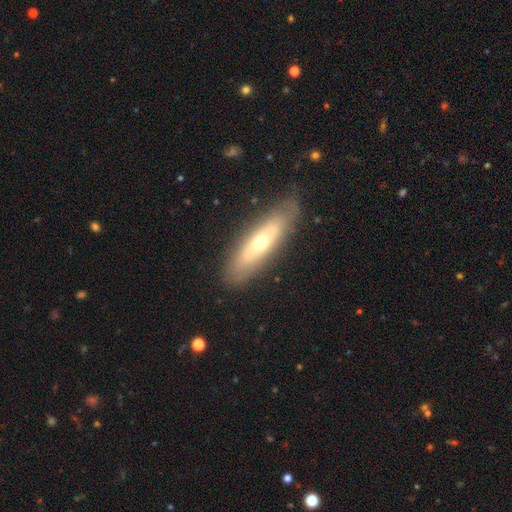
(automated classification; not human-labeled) This is possibly a featured or disk galaxy (50%). Merging: clearly none (82%).